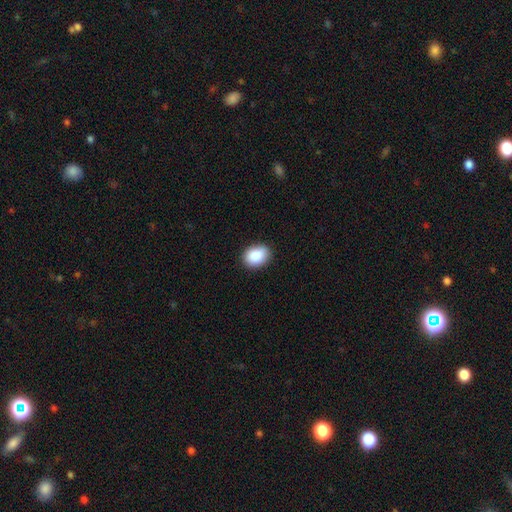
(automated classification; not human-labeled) Smooth or featured: smooth — 88% (star or artifact — 8%)
How rounded: in between — 69% (round — 30%)
Merging: none — 87% (minor disturbance — 10%)